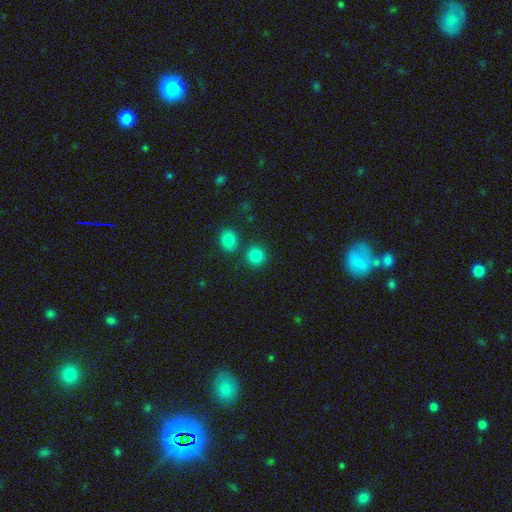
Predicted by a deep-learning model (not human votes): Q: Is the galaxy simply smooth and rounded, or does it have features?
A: smooth — 84%.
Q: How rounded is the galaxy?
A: round — 90%.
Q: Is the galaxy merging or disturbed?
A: none — 79%.